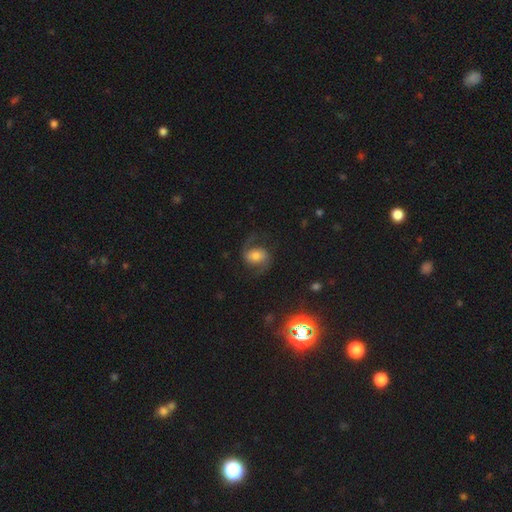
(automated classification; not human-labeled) featured or disk 71%, smooth 20%, star or artifact 9%. Down the decision tree: edge-on disk — no (97%); bar — no (43%); spiral arms — yes (93%); spiral arm count — 2 (92%); spiral winding — medium (48%); bulge size — moderate (56%); merging — none (71%).